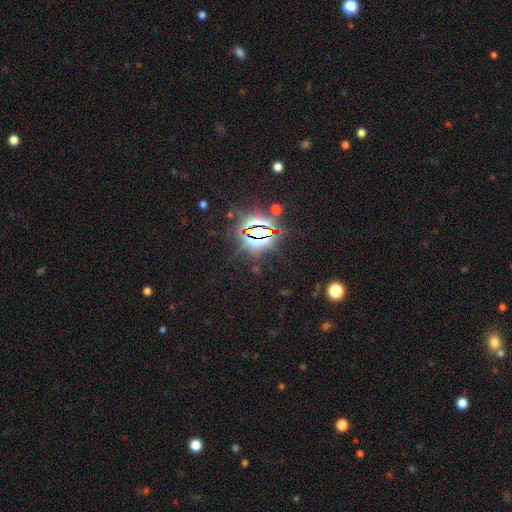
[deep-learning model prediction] Overall: star or artifact (85%).